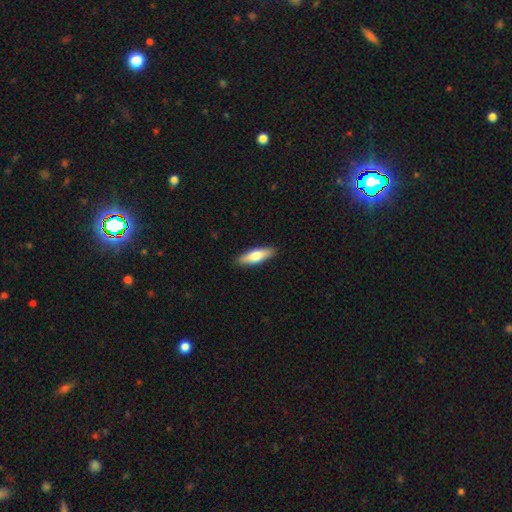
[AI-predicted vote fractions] Smooth or featured?
  - smooth: 66% *
  - featured or disk: 28%
  - star or artifact: 5%
How rounded?
  - cigar-shaped: 52% *
  - in between: 46%
  - round: 2%
Merging?
  - none: 90% *
  - minor disturbance: 8%
  - major disturbance: 2%
  - merger: 1%